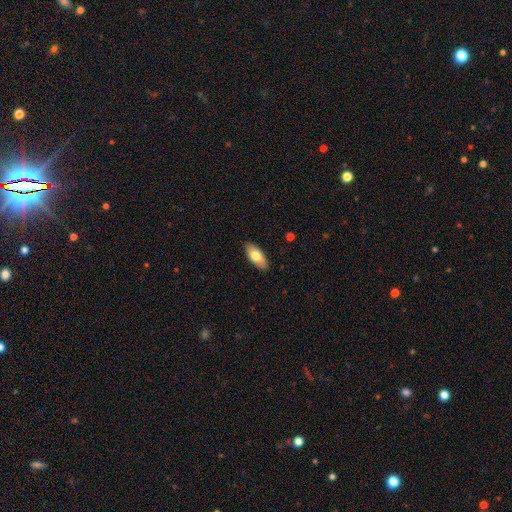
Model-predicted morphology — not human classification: Smooth or featured? smooth (74%)
How rounded? in between (87%)
Merging? none (88%)